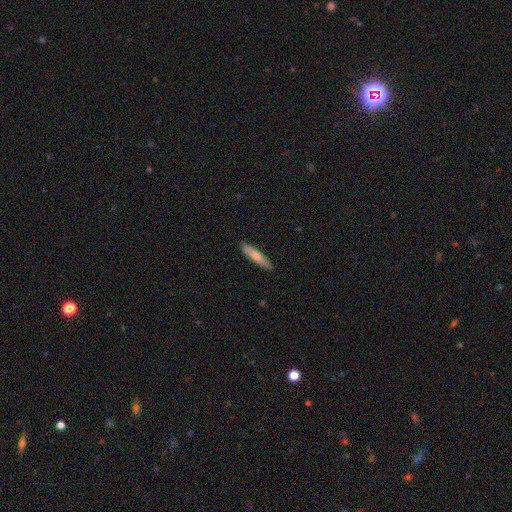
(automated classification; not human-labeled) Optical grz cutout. It shows a smooth galaxy with no disk features (73%) that is cigar-shaped (85%). Merging: none (86%).